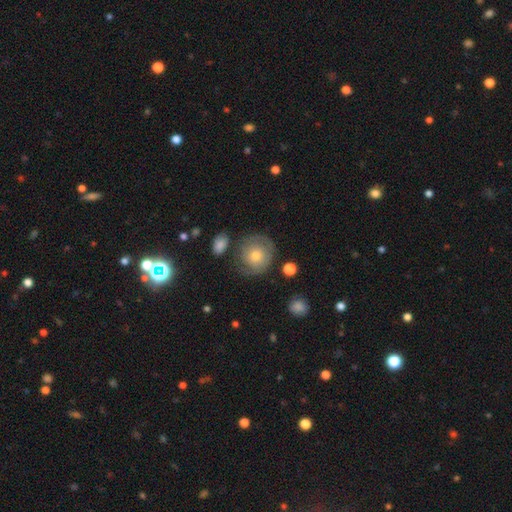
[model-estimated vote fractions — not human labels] This appears to be a smooth galaxy with no disk features (48%). Merging: none (68%).